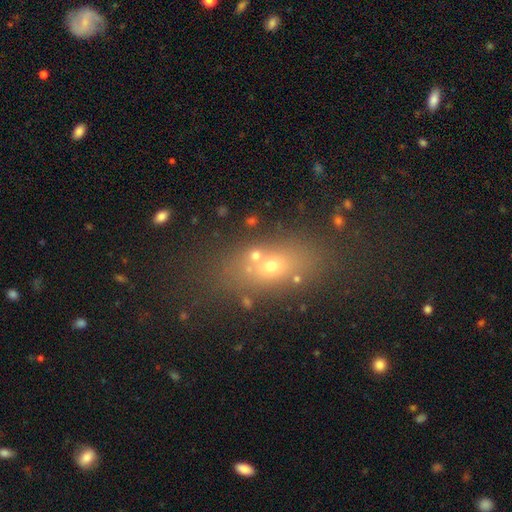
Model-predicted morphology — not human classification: Smooth or featured? smooth (56%)
How rounded? in between (65%)
Merging? none (63%)